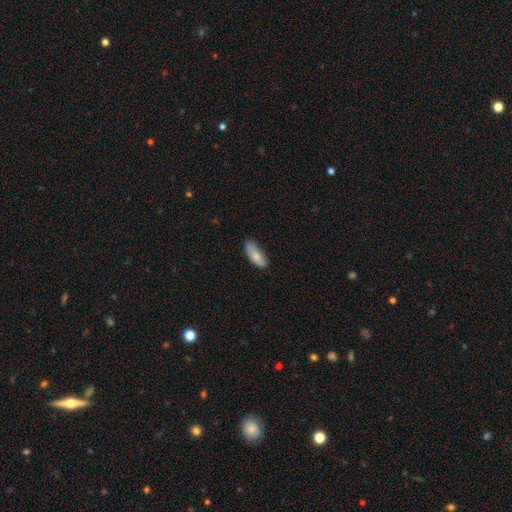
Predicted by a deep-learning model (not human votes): The model was most divided on "merging": none: 68%, minor disturbance: 26%, major disturbance: 4%, merger: 2%. More confident: smooth or featured — smooth (83%); how rounded — in between (76%).